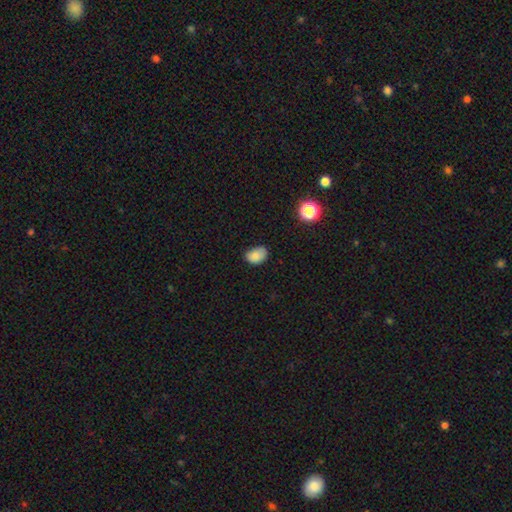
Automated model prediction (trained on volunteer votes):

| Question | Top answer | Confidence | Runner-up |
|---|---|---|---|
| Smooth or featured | smooth | 82% | star or artifact (10%) |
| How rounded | in between | 77% | round (22%) |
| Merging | none | 61% | minor disturbance (32%) |